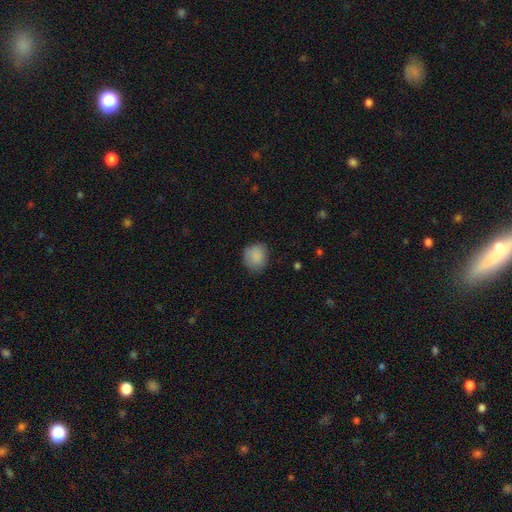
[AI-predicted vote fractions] Q: Smooth or featured?
A: smooth (87%); runner-up: star or artifact (8%)
Q: How rounded?
A: round (73%); runner-up: in between (26%)
Q: Merging?
A: none (77%); runner-up: minor disturbance (18%)